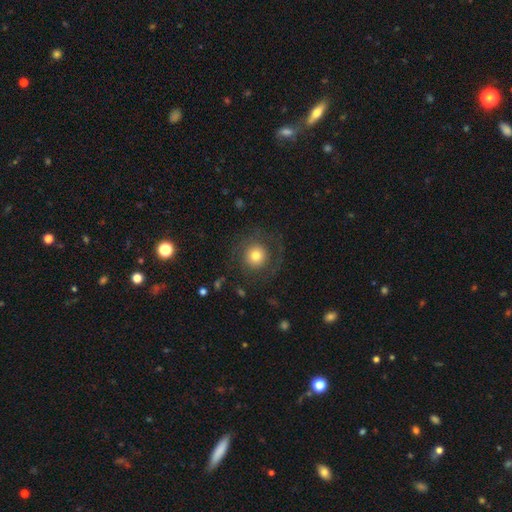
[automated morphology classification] Smooth or featured? smooth (62%)
How rounded? round (93%)
Merging? none (73%)